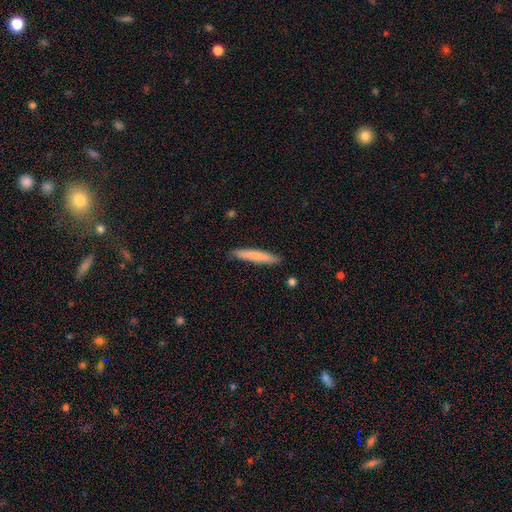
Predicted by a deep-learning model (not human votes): smooth 78%, featured or disk 16%, star or artifact 6%. Down the decision tree: how rounded — cigar-shaped (94%); merging — none (89%).